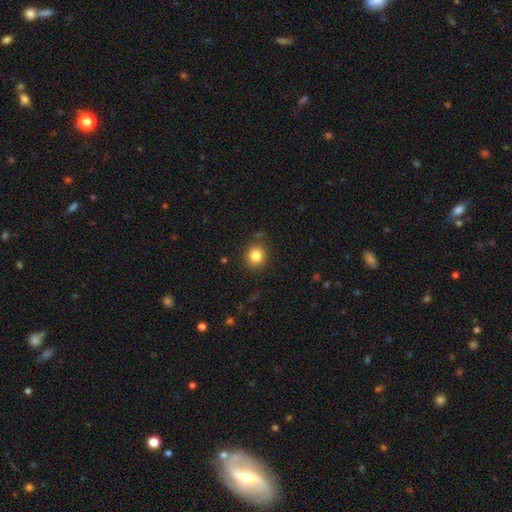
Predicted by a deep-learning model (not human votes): Smooth or featured? smooth (83%)
How rounded? round (86%)
Merging? none (87%)